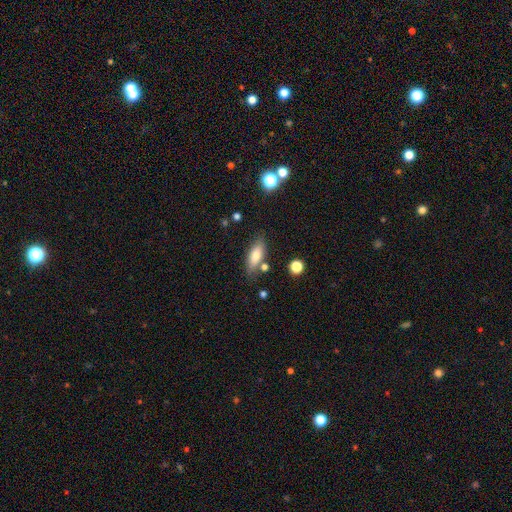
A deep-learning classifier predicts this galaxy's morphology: Q: Smooth or featured?
A: smooth (75%); runner-up: featured or disk (18%)
Q: How rounded?
A: in between (74%); runner-up: cigar-shaped (23%)
Q: Merging?
A: none (74%); runner-up: minor disturbance (15%)